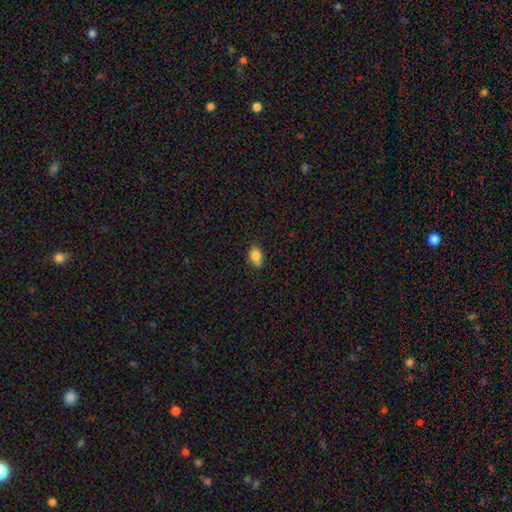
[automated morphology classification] Smooth or featured: smooth — 83% (star or artifact — 10%)
How rounded: in between — 76% (round — 23%)
Merging: none — 72% (minor disturbance — 23%)